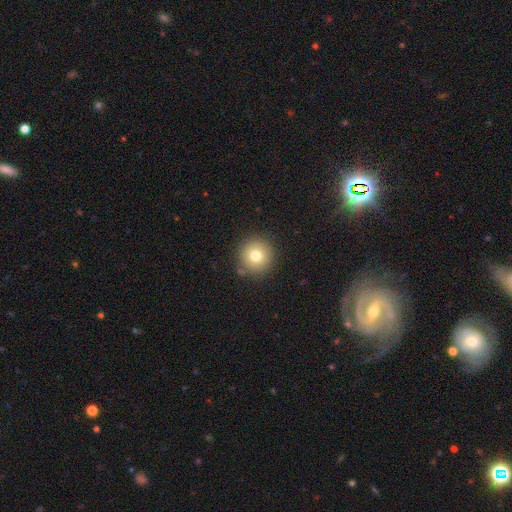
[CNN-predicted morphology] Smooth or featured? smooth (76%)
How rounded? round (95%)
Merging? none (87%)